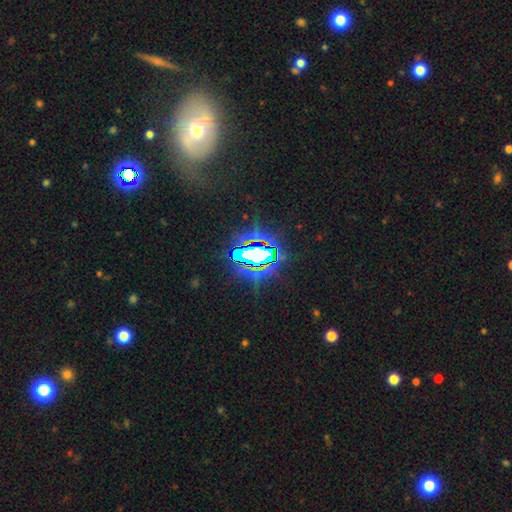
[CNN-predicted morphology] A star or artifact, not a galaxy (74%).